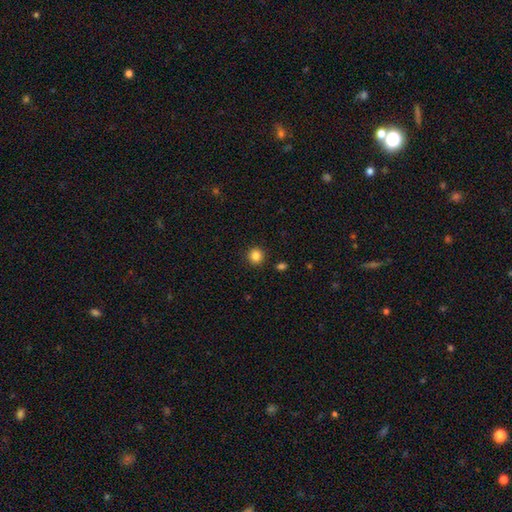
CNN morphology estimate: Smooth or featured: smooth — 85% (star or artifact — 11%)
How rounded: round — 94% (in between — 5%)
Merging: none — 92% (minor disturbance — 5%)